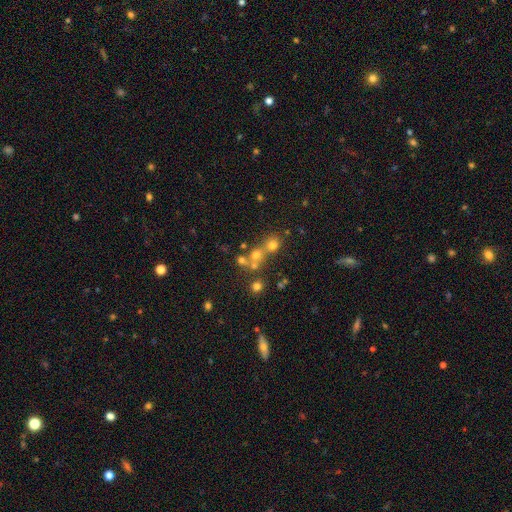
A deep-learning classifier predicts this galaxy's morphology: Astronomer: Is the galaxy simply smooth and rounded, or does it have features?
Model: smooth — 56%.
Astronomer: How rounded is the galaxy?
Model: round — 84%.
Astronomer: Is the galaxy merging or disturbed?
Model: none — 46% (runner-up: merger, 43%).